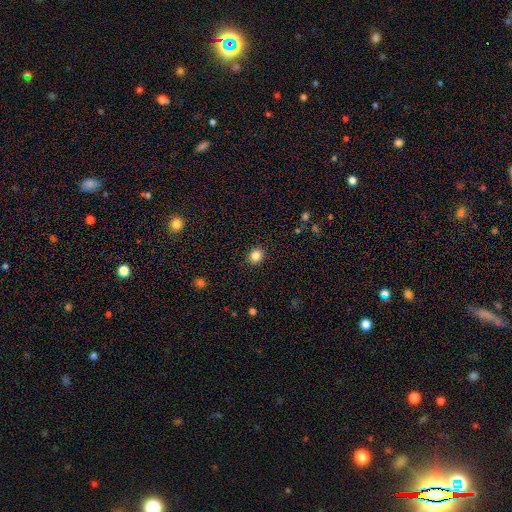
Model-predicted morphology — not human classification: Q: Smooth or featured?
A: smooth (84%); runner-up: star or artifact (11%)
Q: How rounded?
A: round (74%); runner-up: in between (25%)
Q: Merging?
A: none (90%); runner-up: minor disturbance (7%)